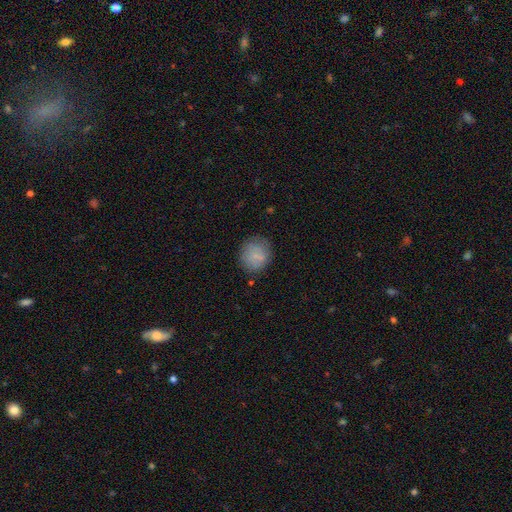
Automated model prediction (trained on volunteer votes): The model was most divided on "merging": none: 78%, minor disturbance: 15%, major disturbance: 4%, merger: 3%. More confident: how rounded — round (84%); smooth or featured — smooth (78%).